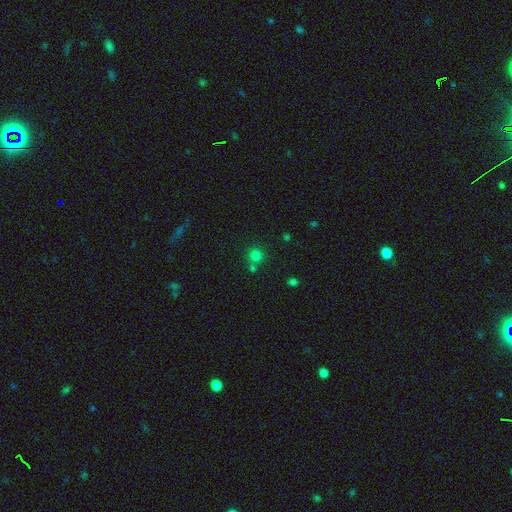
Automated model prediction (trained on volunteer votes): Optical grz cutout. It shows a smooth galaxy with no disk features (76%) that is round (91%). Merging: none (66%).